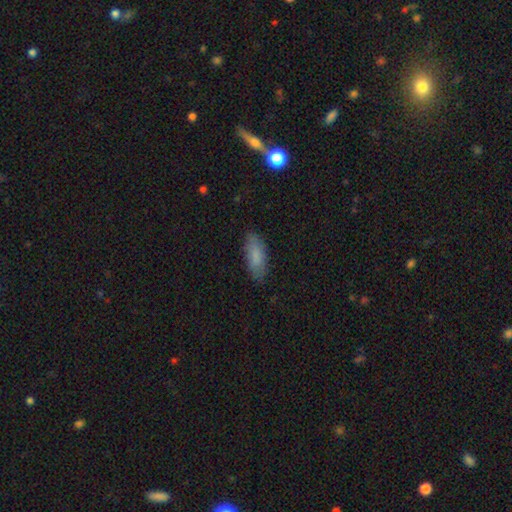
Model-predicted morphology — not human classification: smooth_or_featured: smooth (p=0.83) [alt: featured or disk p=0.10]
how_rounded: in between (p=0.73) [alt: cigar-shaped p=0.25]
merging: none (p=0.83) [alt: minor disturbance p=0.13]